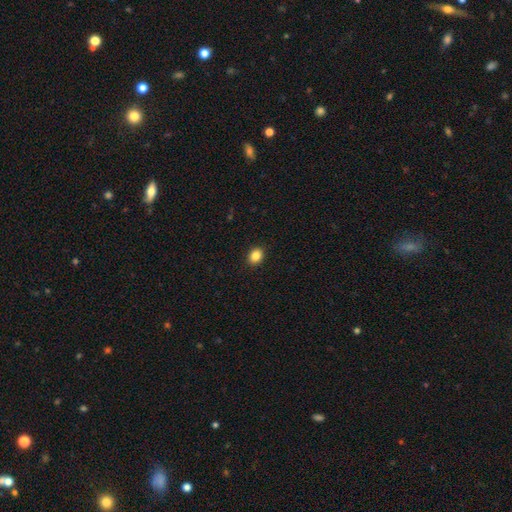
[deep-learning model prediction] Overall: smooth (86%). How rounded: in between (50%, tied with round). Merging: none (91%).